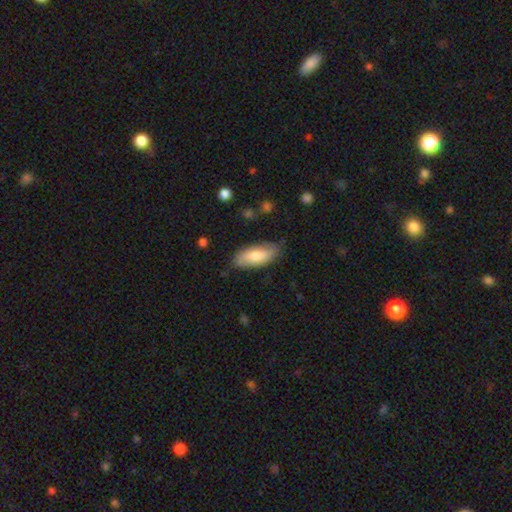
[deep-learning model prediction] smooth-or-featured: smooth: 73% | featured or disk: 22% | star or artifact: 6%
  how-rounded: in between: 83% | cigar-shaped: 15% | round: 2%
  merging: none: 78% | minor disturbance: 17% | major disturbance: 3% | merger: 2%